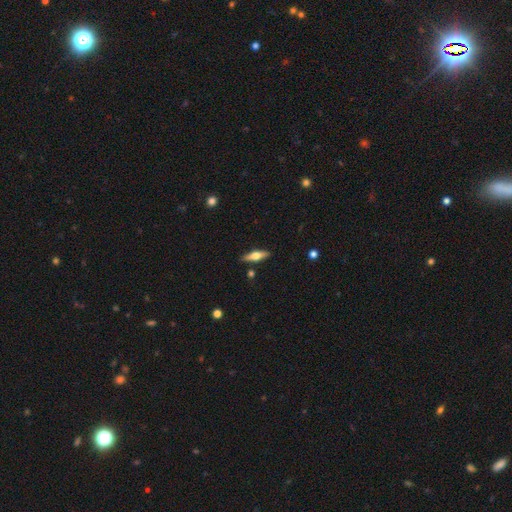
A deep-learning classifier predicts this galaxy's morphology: Q: Smooth or featured?
A: featured or disk (54%); runner-up: smooth (40%)
Q: Edge-on disk?
A: yes (94%); runner-up: no (6%)
Q: Edge-on bulge?
A: rounded (93%); runner-up: boxy (5%)
Q: Merging?
A: none (87%); runner-up: minor disturbance (9%)